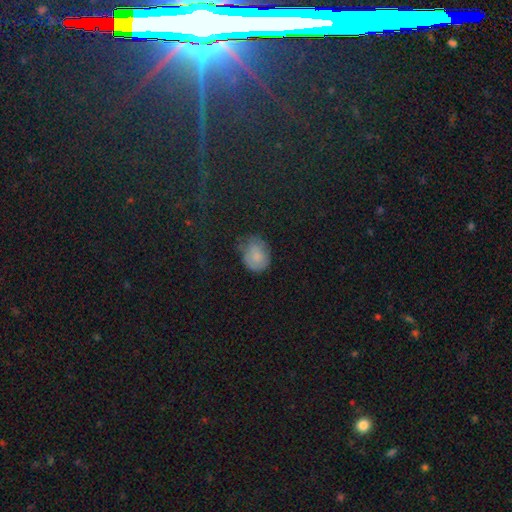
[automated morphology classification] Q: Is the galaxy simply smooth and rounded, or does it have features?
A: smooth — 72%.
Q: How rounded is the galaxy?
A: round — 52%.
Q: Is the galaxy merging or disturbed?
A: none — 59%.